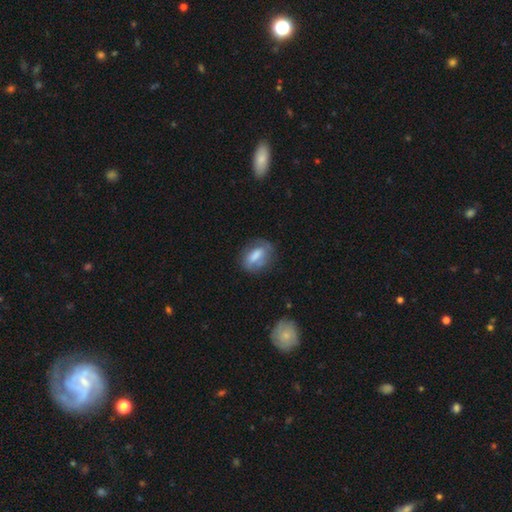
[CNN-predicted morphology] Smooth or featured? smooth (65%)
How rounded? in between (76%)
Merging? none (65%)